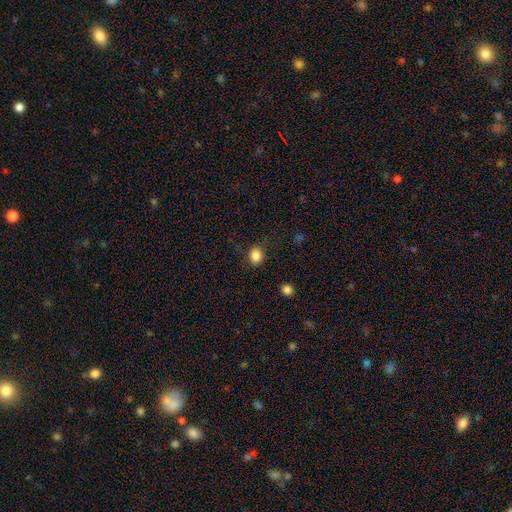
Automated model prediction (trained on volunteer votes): Smooth or featured? Predicted: smooth (p=0.85). How rounded? Predicted: round (p=0.66). Merging? Predicted: none (p=0.81).